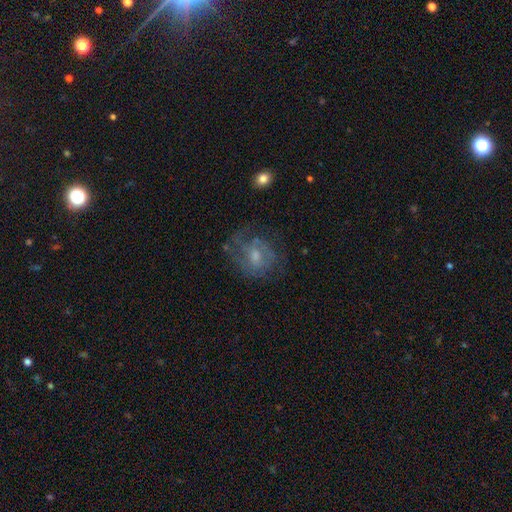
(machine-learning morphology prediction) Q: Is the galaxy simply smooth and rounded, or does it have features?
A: featured or disk — 62%.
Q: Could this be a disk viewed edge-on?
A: no — 97%.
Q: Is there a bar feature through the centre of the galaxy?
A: no — 55%.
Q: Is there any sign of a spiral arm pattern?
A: yes — 70%.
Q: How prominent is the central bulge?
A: moderate — 45%.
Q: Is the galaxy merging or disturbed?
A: none — 53%.